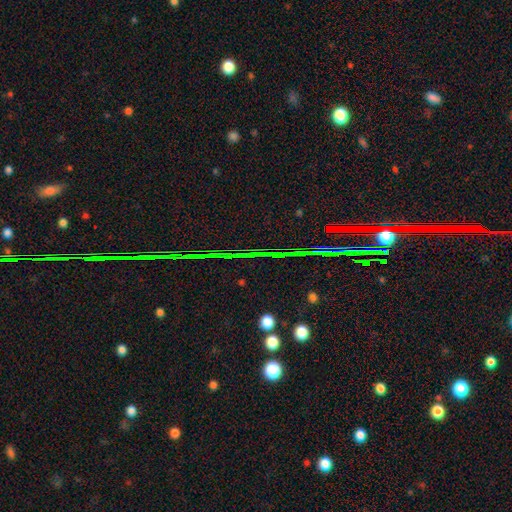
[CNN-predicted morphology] Q: Smooth or featured?
A: star or artifact (83%); runner-up: featured or disk (10%)